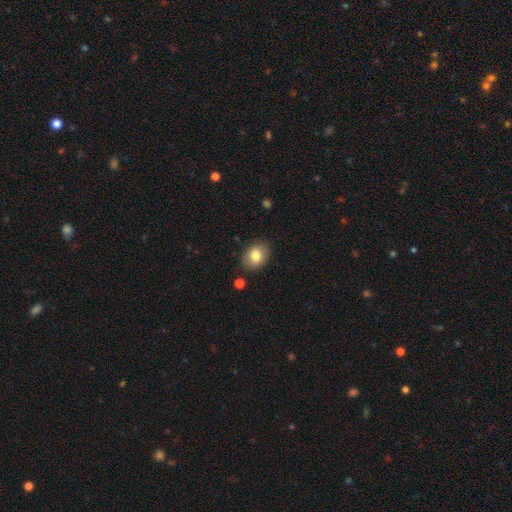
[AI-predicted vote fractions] smooth 81%, featured or disk 10%, star or artifact 9%. Down the decision tree: how rounded — in between (62%); merging — none (86%).